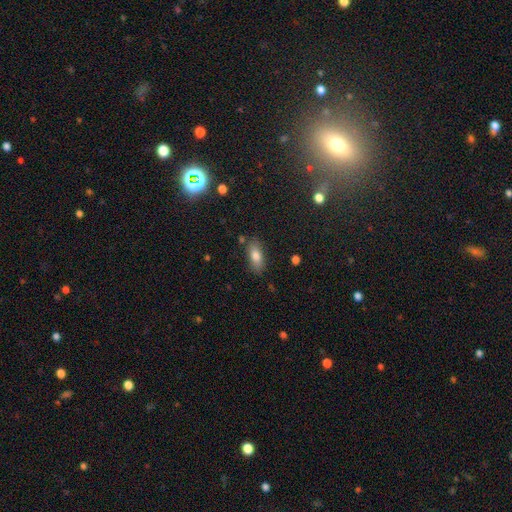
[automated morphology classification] A smooth galaxy with no disk features (79%) that is in between round and cigar-shaped (82%). Merging: none (81%).